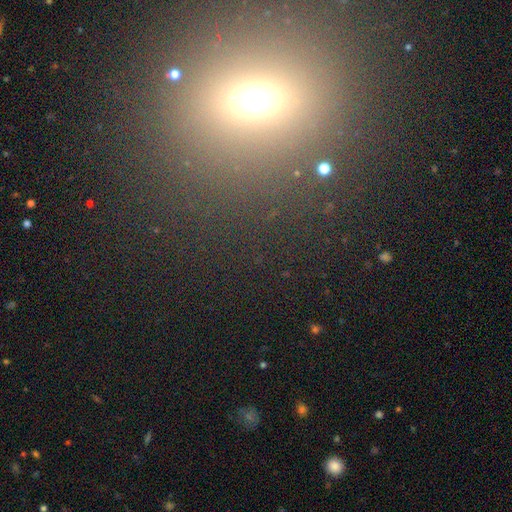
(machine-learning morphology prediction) Smooth or featured?
  - star or artifact: 56% *
  - smooth: 31%
  - featured or disk: 13%